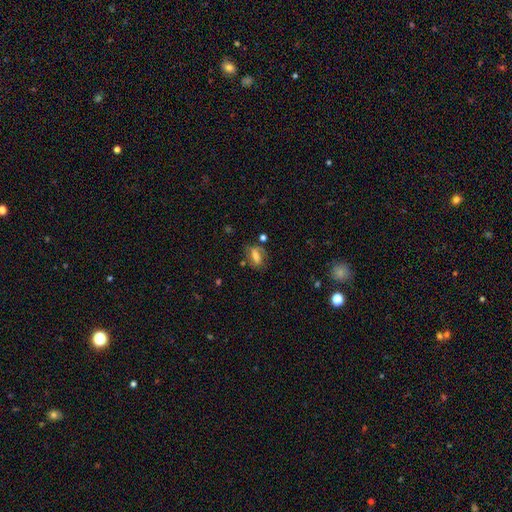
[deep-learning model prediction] This appears to be a smooth galaxy with no disk features (48%). Merging: none (63%).